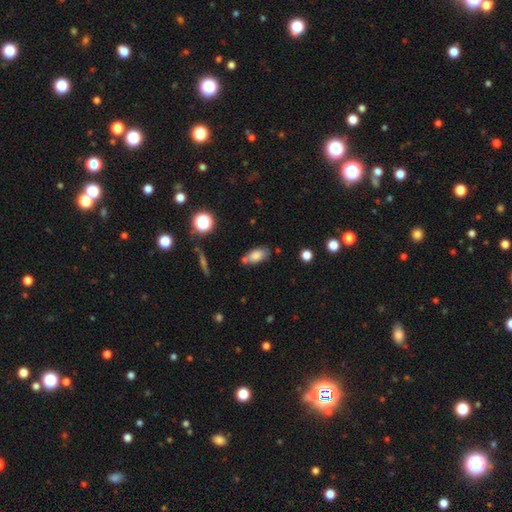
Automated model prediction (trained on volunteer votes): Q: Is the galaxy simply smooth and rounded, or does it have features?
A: smooth — 79%.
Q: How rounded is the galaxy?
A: in between — 88%.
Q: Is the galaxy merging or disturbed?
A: none — 65%.